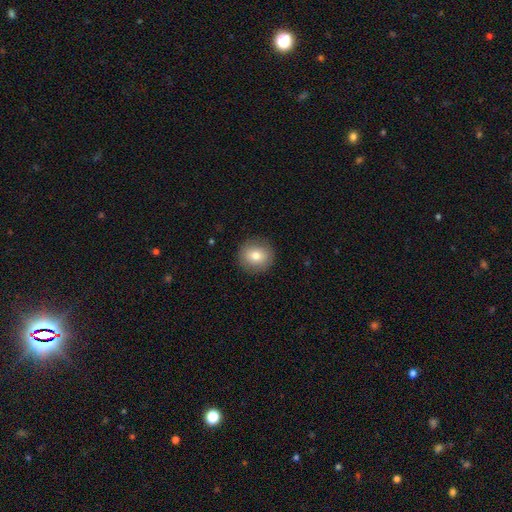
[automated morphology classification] Smooth or featured?
  - smooth: 79% *
  - featured or disk: 12%
  - star or artifact: 9%
How rounded?
  - round: 90% *
  - in between: 9%
  - cigar-shaped: 1%
Merging?
  - none: 90% *
  - minor disturbance: 7%
  - major disturbance: 2%
  - merger: 1%